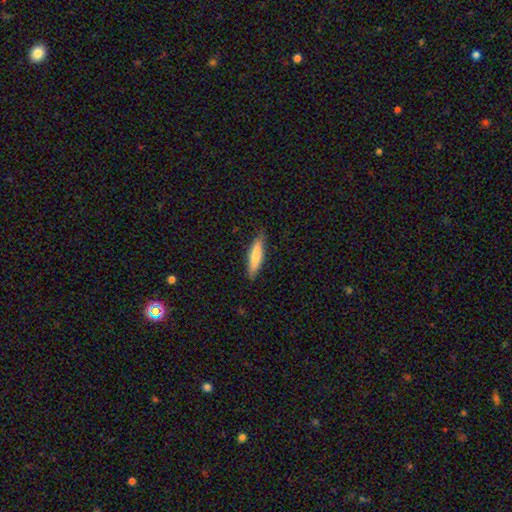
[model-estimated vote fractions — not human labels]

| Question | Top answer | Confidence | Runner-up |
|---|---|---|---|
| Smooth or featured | smooth | 72% | featured or disk (22%) |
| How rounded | cigar-shaped | 77% | in between (22%) |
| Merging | none | 87% | minor disturbance (10%) |